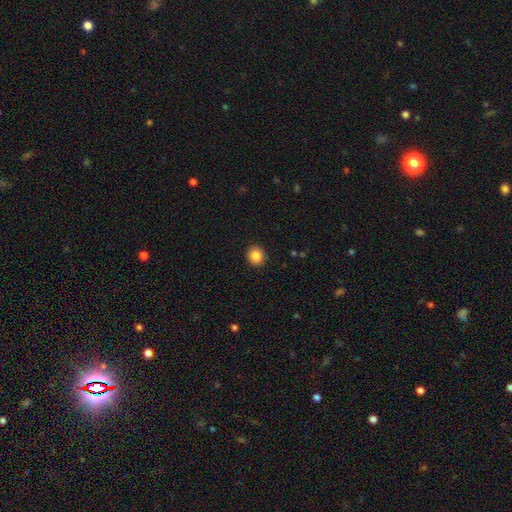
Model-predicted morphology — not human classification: type=smooth (87%); roundness=round (89%); merging=none (91%).